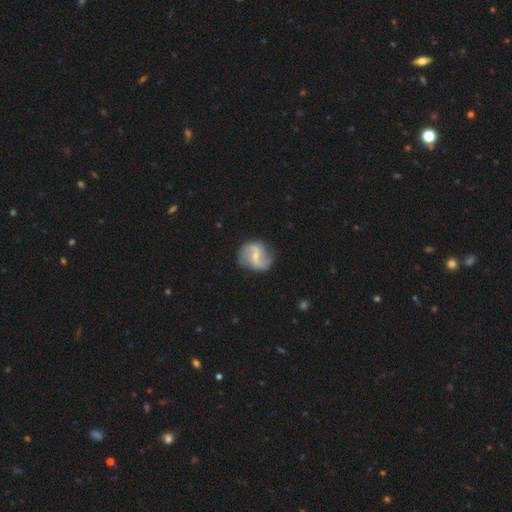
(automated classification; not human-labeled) Q: Smooth or featured?
A: featured or disk (83%); runner-up: smooth (12%)
Q: Edge-on disk?
A: no (98%); runner-up: yes (2%)
Q: Bar?
A: weak (52%); runner-up: no (24%)
Q: Spiral arms?
A: yes (95%); runner-up: no (5%)
Q: Spiral winding?
A: loose (56%); runner-up: medium (35%)
Q: Spiral arm count?
A: 2 (90%); runner-up: can't tell (3%)
Q: Bulge size?
A: small (60%); runner-up: moderate (30%)
Q: Merging?
A: none (76%); runner-up: minor disturbance (16%)